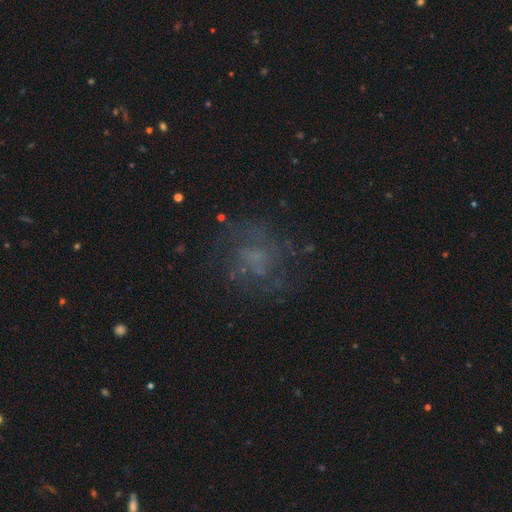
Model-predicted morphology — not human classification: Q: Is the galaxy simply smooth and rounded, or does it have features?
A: featured or disk — 51%.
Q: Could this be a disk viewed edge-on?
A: no — 97%.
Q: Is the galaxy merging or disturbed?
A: none — 65%.